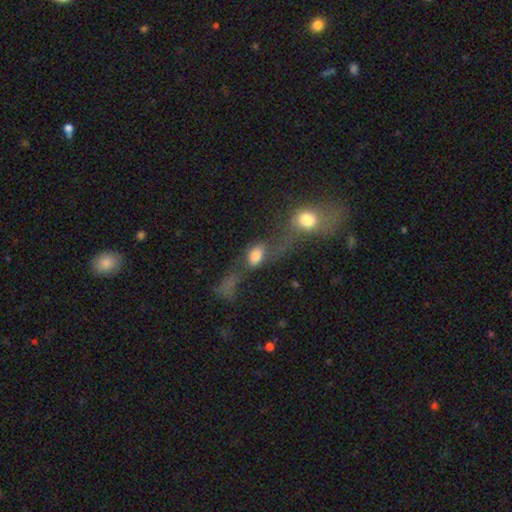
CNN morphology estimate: A smooth galaxy with no disk features (61%) that is in between round and cigar-shaped (75%). Merging: merger (51%).